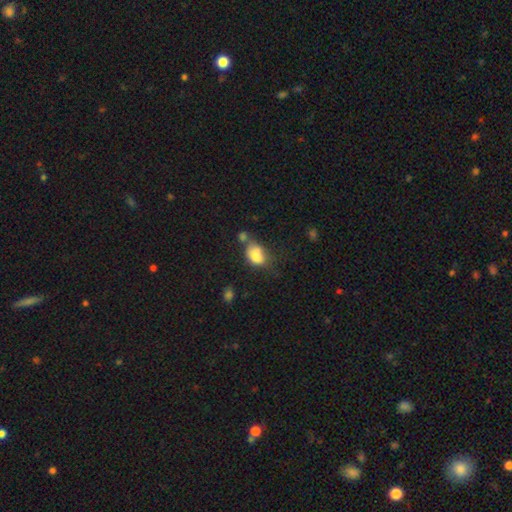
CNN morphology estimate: A smooth galaxy with no disk features (77%) that is in between round and cigar-shaped (73%).

Vote fractions:
- Smooth or featured? smooth: 77% / featured or disk: 14% / star or artifact: 10%
- How rounded? in between: 73% / round: 26% / cigar-shaped: 2%
- Merging? merger: 34% / none: 30% / minor disturbance: 23% / major disturbance: 13%